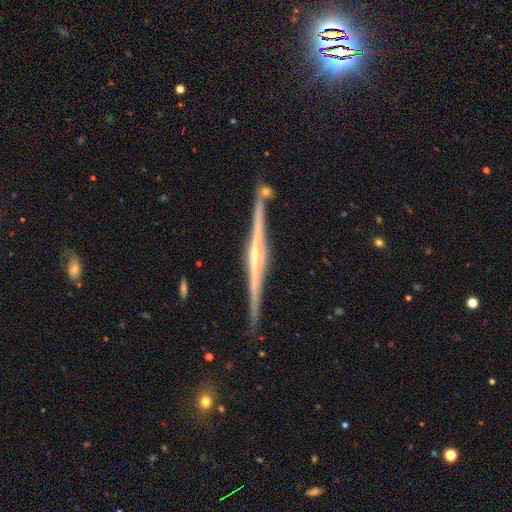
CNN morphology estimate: A featured or disk galaxy (85%) viewed edge-on (98%) with a rounded central bulge (55%).

Vote fractions:
- Smooth or featured? featured or disk: 85% / smooth: 9% / star or artifact: 6%
- Edge-on disk? yes: 98% / no: 2%
- Edge-on bulge? rounded: 55% / none: 27% / boxy: 18%
- Merging? none: 86% / minor disturbance: 9% / merger: 3% / major disturbance: 2%